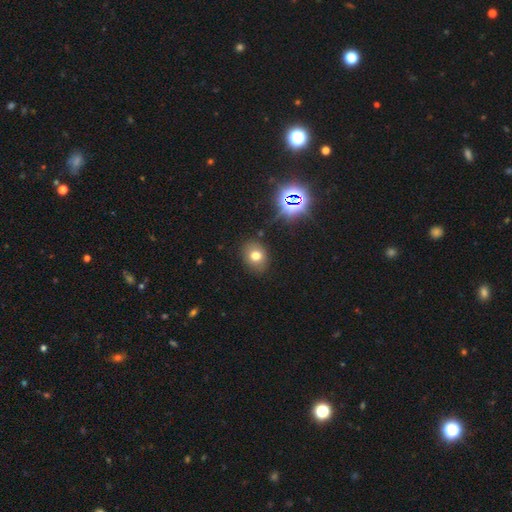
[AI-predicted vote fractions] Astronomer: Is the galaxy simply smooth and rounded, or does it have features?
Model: smooth — 71%.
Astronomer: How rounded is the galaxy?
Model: round — 54% (runner-up: in between, 45%).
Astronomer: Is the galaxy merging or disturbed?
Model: none — 83%.